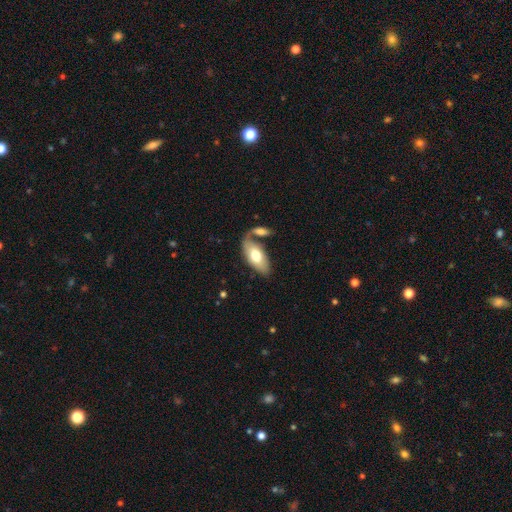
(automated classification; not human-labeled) smooth-or-featured: smooth: 67% | featured or disk: 28% | star or artifact: 5%
  how-rounded: in between: 92% | cigar-shaped: 6% | round: 3%
  merging: none: 47% | merger: 32% | minor disturbance: 14% | major disturbance: 7%